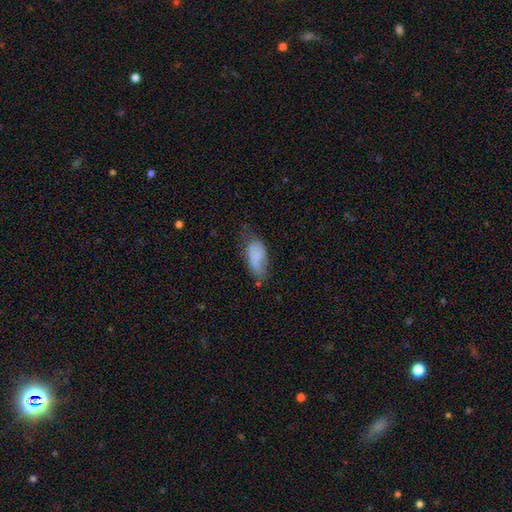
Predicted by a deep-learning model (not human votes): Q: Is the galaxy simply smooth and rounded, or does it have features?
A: smooth — 74%.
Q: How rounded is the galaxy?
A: in between — 91%.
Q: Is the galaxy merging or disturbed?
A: none — 42%.